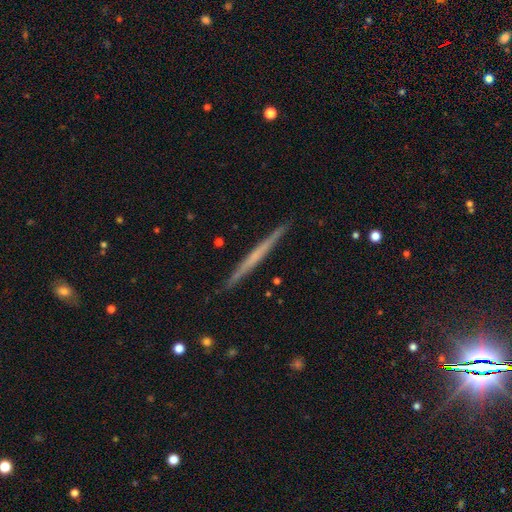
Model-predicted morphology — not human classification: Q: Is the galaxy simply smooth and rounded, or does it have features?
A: featured or disk — 57%.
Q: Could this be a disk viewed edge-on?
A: yes — 98%.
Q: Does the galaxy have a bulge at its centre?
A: none — 84%.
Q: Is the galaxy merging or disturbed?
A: none — 91%.